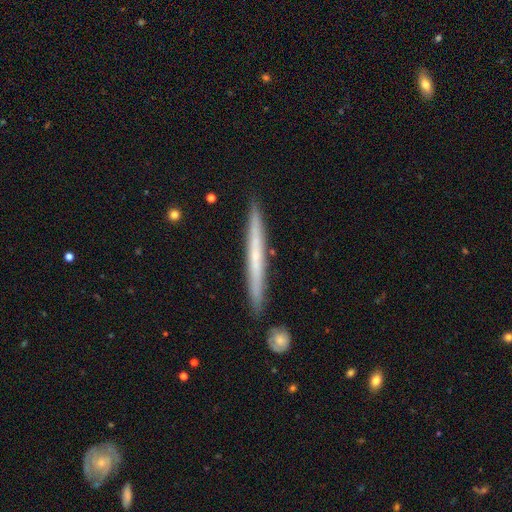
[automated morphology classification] smooth-or-featured: featured or disk: 53% | smooth: 41% | star or artifact: 6%
  disk-edge-on: yes: 96% | no: 4%
    edge-on-bulge: none: 81% | rounded: 15% | boxy: 3%
  merging: none: 89% | minor disturbance: 7% | merger: 2% | major disturbance: 1%